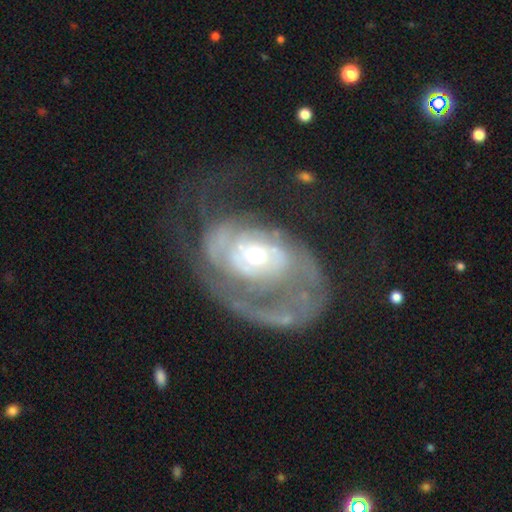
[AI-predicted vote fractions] Overall: featured or disk (83%). Edge-on disk: no (97%). Bar: no (71%). Spiral arms: yes (81%). Spiral arm count: 1 (38%; can't tell 26%). Spiral winding: tight (49%; medium 32%). Bulge size: moderate (61%; small 29%). Merging: major disturbance (47%; none 33%).